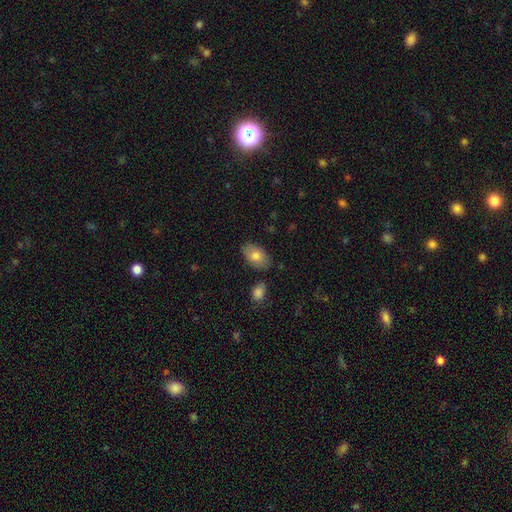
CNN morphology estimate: A smooth galaxy with no disk features (79%) that is in between round and cigar-shaped (92%). Merging: none (80%).